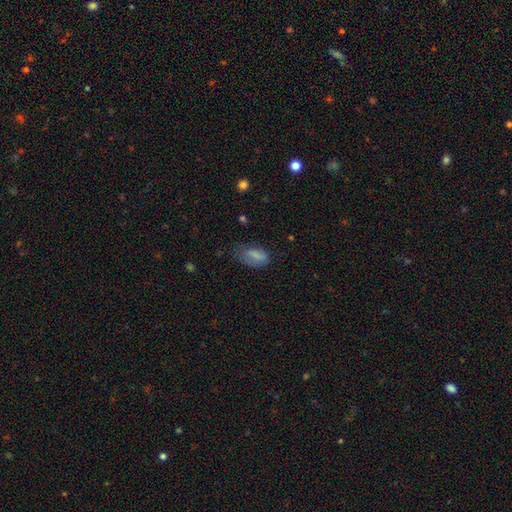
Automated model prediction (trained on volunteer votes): This appears to be a smooth galaxy with no disk features (77%) that is in between round and cigar-shaped (89%). Merging: none (49%).